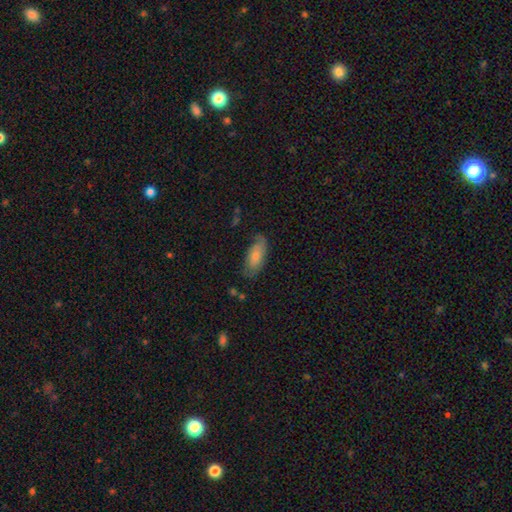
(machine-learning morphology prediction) Smooth or featured: smooth — 65% (featured or disk — 28%)
How rounded: in between — 86% (cigar-shaped — 11%)
Merging: none — 65% (minor disturbance — 26%)